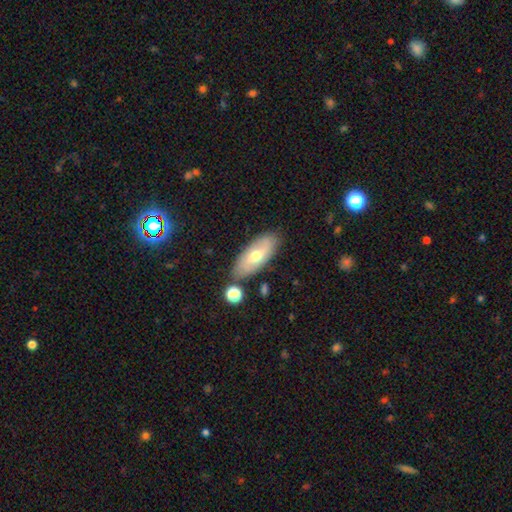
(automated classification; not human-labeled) Smooth or featured? smooth (51%)
How rounded? in between (84%)
Merging? none (79%)